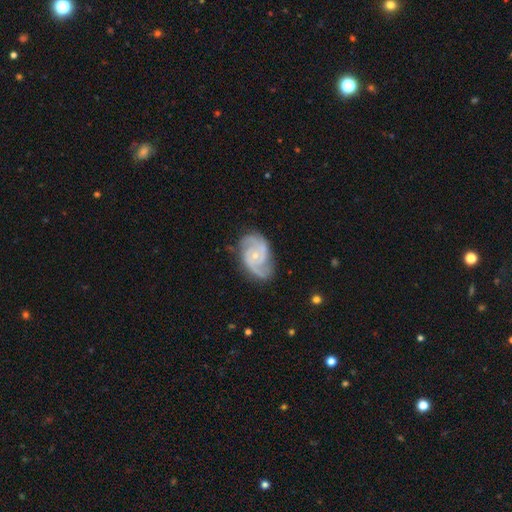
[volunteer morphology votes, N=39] A featured or disk galaxy (85%) with no bar (91%), 2 (81%) medium (47%) spiral arms (100%) and a moderate central bulge (50%, tied with small). Merging: none (76%).